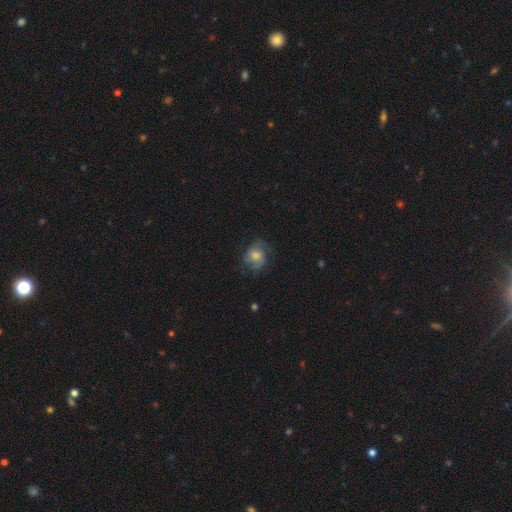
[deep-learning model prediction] Smooth or featured: smooth — 46% (featured or disk — 44%)
Merging: none — 64% (minor disturbance — 22%)